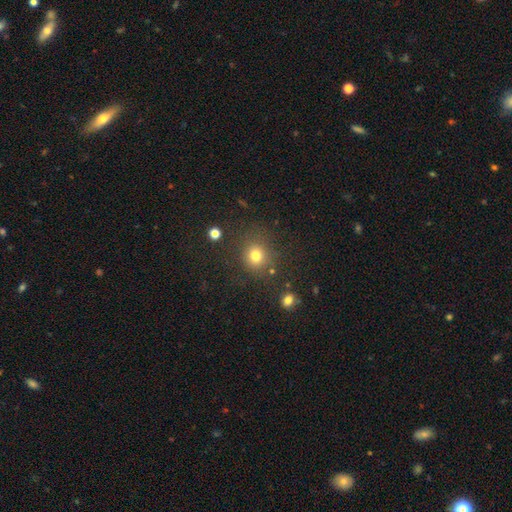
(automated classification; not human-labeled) smooth_or_featured: smooth (p=0.77) [alt: star or artifact p=0.16]
how_rounded: round (p=0.85) [alt: in between p=0.14]
merging: none (p=0.80) [alt: minor disturbance p=0.11]